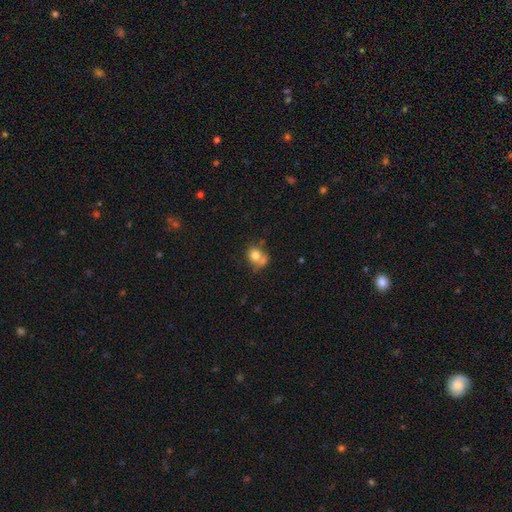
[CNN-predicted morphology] smooth 77%, featured or disk 13%, star or artifact 10%. Down the decision tree: how rounded — round (67%); merging — none (41%).